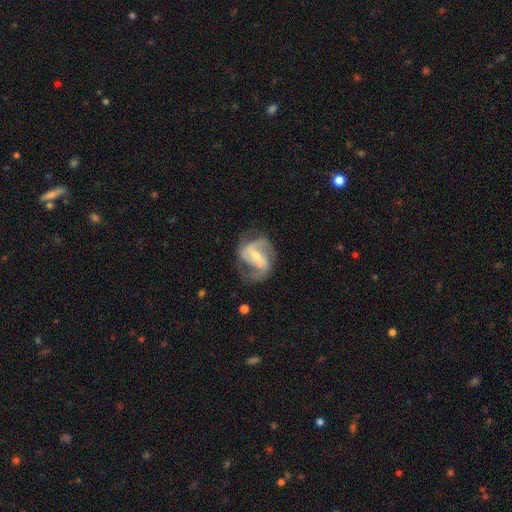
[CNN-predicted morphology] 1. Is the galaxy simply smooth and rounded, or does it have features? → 84% featured or disk, 10% smooth, 5% star or artifact.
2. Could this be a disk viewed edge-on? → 98% no, 2% yes.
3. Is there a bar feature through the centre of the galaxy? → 44% weak, 30% strong, 26% no.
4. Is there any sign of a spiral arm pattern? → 94% yes, 6% no.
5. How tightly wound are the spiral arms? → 51% medium, 28% loose, 20% tight.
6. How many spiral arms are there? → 56% 2, 24% 3, 10% can't tell, 4% 1, 3% 4, 2% more than 4.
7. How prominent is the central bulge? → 52% small, 42% moderate, 3% none, 2% large, 1% dominant.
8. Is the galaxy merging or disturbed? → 55% none, 23% minor disturbance, 20% major disturbance, 2% merger.